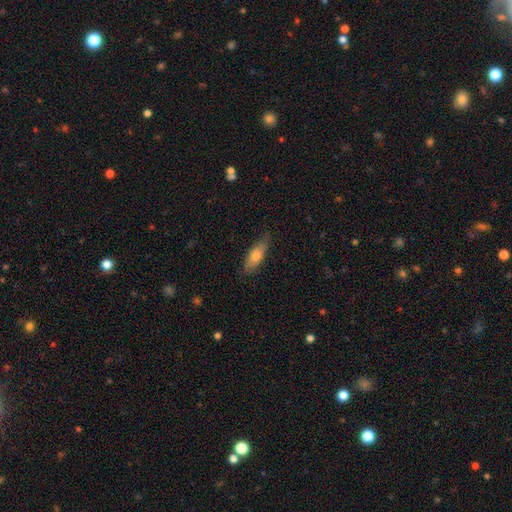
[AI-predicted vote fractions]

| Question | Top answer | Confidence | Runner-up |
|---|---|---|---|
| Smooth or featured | smooth | 68% | featured or disk (26%) |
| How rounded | in between | 65% | cigar-shaped (32%) |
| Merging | none | 76% | minor disturbance (20%) |